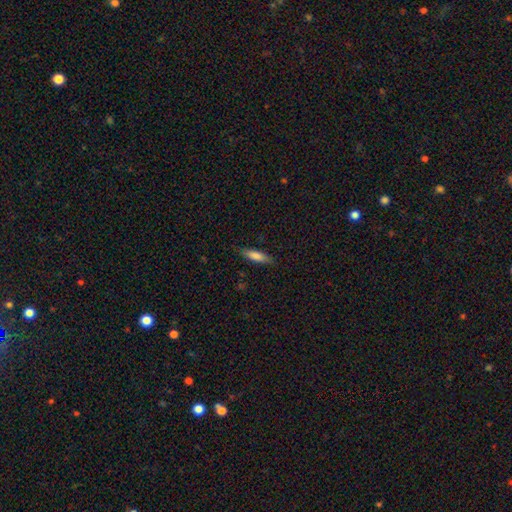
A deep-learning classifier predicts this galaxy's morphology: Q: Smooth or featured?
A: smooth (78%); runner-up: featured or disk (16%)
Q: How rounded?
A: cigar-shaped (66%); runner-up: in between (32%)
Q: Merging?
A: none (84%); runner-up: minor disturbance (13%)